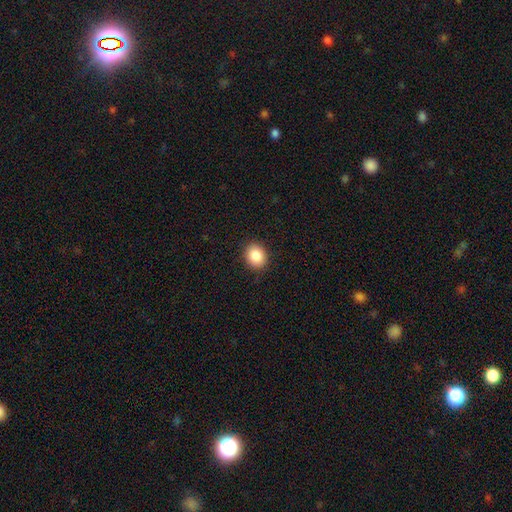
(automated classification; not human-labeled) smooth_or_featured: smooth (p=0.88) [alt: star or artifact p=0.08]
how_rounded: round (p=0.56) [alt: in between p=0.43]
merging: none (p=0.90) [alt: minor disturbance p=0.07]